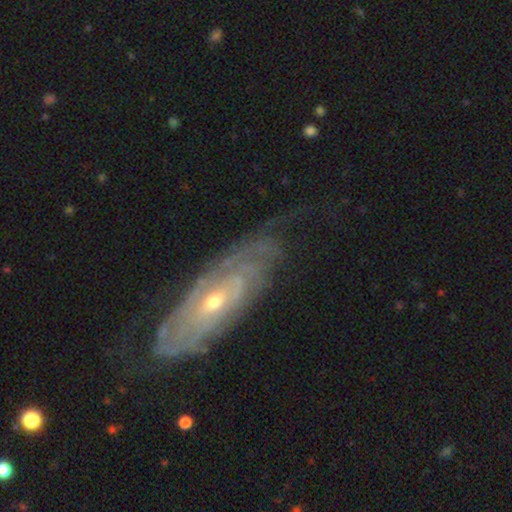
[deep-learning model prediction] smooth-or-featured: featured or disk: 82% | smooth: 11% | star or artifact: 7%
  disk-edge-on: no: 84% | yes: 16%
    bar: no: 67% | weak: 24% | strong: 9%
    has-spiral-arms: yes: 88% | no: 12%
      spiral-winding: tight: 77% | medium: 18% | loose: 5%
      spiral-arm-count: can't tell: 58% | 2: 18% | 3: 8% | 4: 6% | more than 4: 5% | 1: 5%
    bulge-size: small: 55% | moderate: 42% | large: 2% | none: 1% | dominant: 1%
  merging: none: 69% | minor disturbance: 20% | major disturbance: 9% | merger: 2%